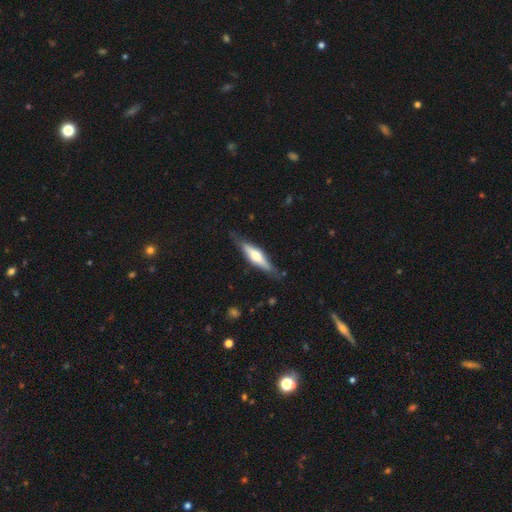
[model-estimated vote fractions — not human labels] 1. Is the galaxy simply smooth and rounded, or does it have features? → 58% featured or disk, 37% smooth, 5% star or artifact.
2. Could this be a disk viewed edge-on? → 92% yes, 8% no.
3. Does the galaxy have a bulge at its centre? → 82% rounded, 12% boxy, 6% none.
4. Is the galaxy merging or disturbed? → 79% none, 16% minor disturbance, 4% major disturbance, 2% merger.